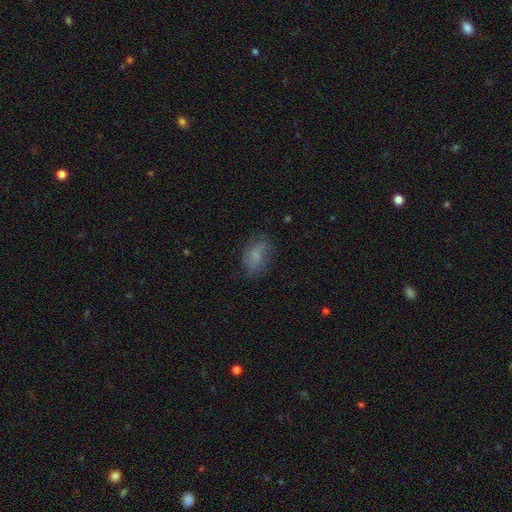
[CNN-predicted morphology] The model was most divided on "merging": none: 67%, minor disturbance: 22%, major disturbance: 9%, merger: 1%. More confident: how rounded — in between (84%); smooth or featured — smooth (69%).